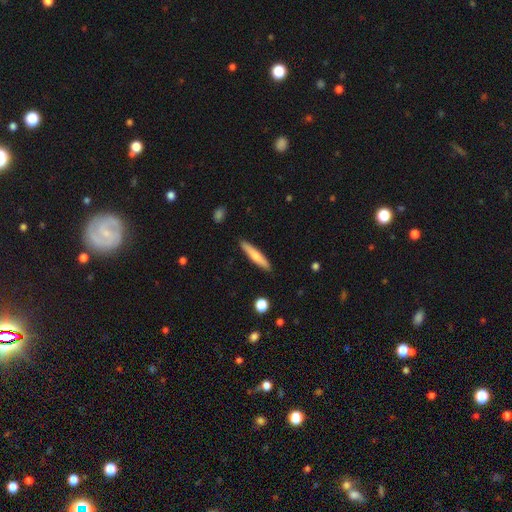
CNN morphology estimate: smooth_or_featured: smooth (p=0.64) [alt: featured or disk p=0.30]
how_rounded: cigar-shaped (p=0.90) [alt: in between p=0.08]
merging: none (p=0.90) [alt: minor disturbance p=0.08]